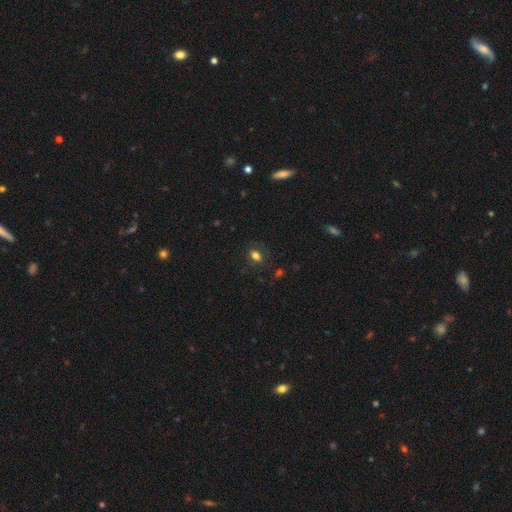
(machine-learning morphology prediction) A smooth galaxy with no disk features (76%) that is in between round and cigar-shaped (75%). Merging: none (80%).